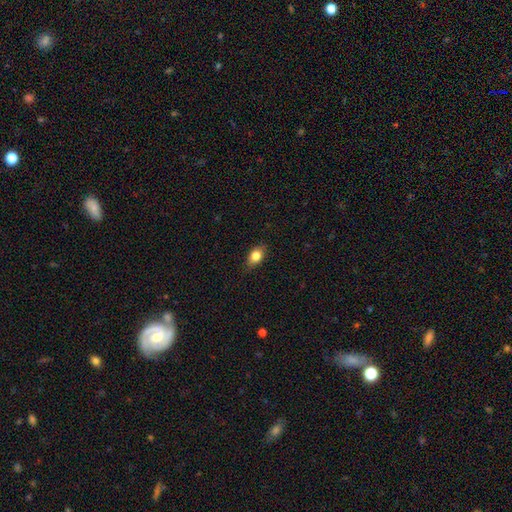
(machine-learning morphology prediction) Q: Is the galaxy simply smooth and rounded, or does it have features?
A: smooth — 82%.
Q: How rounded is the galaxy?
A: in between — 75%.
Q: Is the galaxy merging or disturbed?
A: none — 80%.